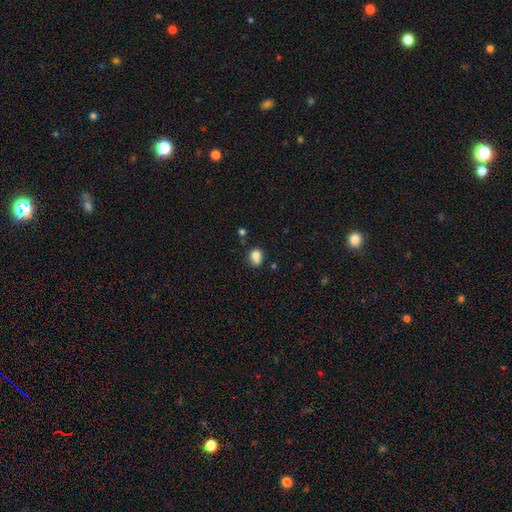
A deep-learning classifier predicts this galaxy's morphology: Smooth or featured? Predicted: smooth (p=0.76). How rounded? Predicted: round (p=0.62). Merging? Predicted: none (p=0.45).